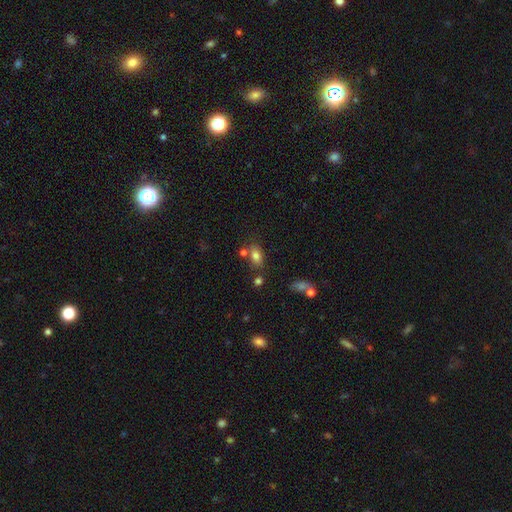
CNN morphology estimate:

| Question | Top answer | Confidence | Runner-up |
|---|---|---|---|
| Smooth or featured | smooth | 77% | star or artifact (11%) |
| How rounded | in between | 81% | round (16%) |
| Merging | none | 62% | merger (18%) |